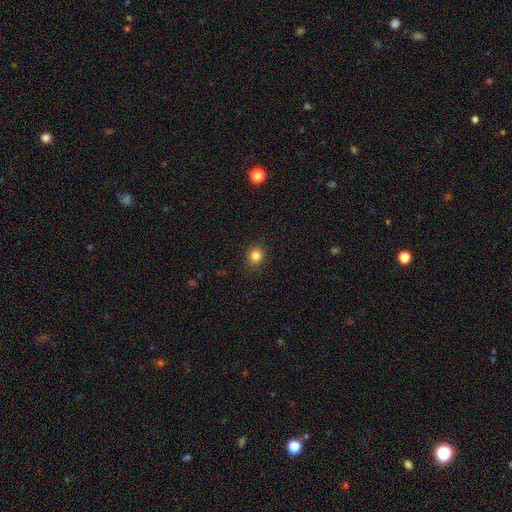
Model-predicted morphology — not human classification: Smooth or featured? smooth (83%)
How rounded? round (75%)
Merging? none (90%)